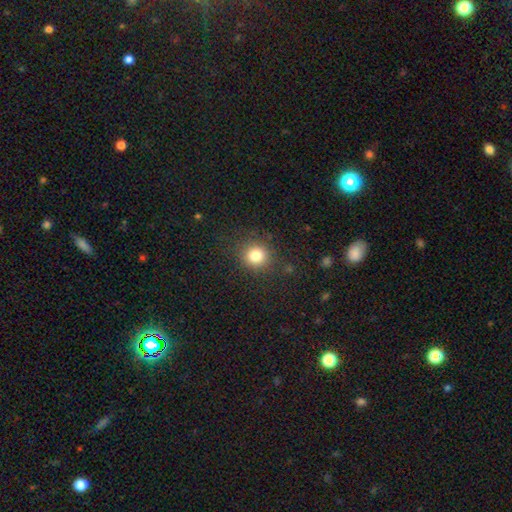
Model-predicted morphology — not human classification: Q: Smooth or featured?
A: smooth (82%); runner-up: star or artifact (12%)
Q: How rounded?
A: round (89%); runner-up: in between (10%)
Q: Merging?
A: none (87%); runner-up: minor disturbance (8%)